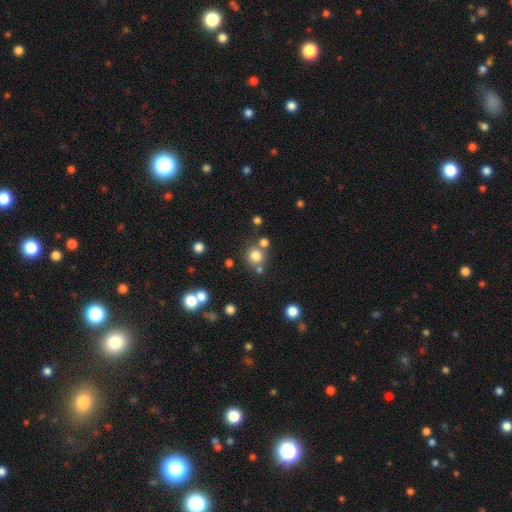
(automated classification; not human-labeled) Smooth or featured?
  - smooth: 79% *
  - star or artifact: 14%
  - featured or disk: 7%
How rounded?
  - round: 91% *
  - in between: 8%
  - cigar-shaped: 1%
Merging?
  - none: 69% *
  - merger: 18%
  - minor disturbance: 9%
  - major disturbance: 4%